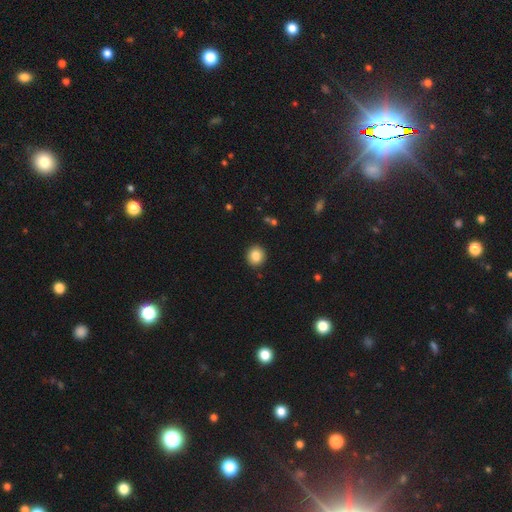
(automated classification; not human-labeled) Smooth or featured? Predicted: smooth (p=0.85). How rounded? Predicted: round (p=0.88). Merging? Predicted: none (p=0.92).